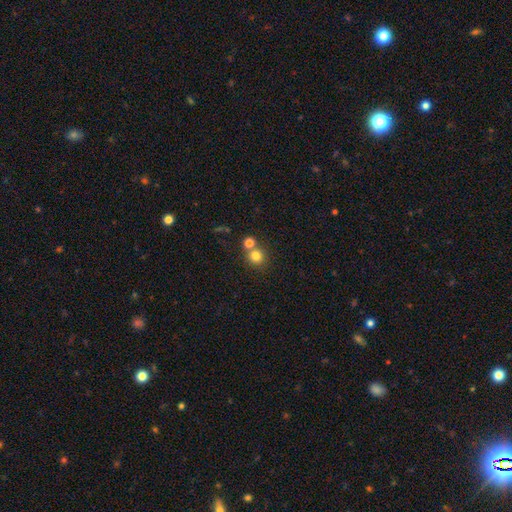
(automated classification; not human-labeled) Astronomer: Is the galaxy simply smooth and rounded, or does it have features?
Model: smooth — 79%.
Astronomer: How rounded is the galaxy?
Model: round — 90%.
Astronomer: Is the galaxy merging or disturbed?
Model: none — 59%.